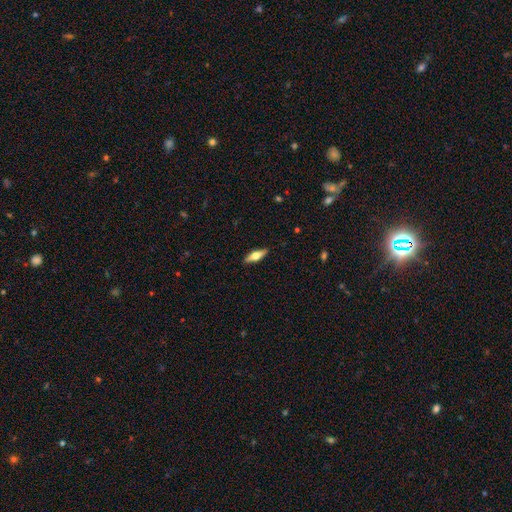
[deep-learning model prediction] This is possibly a featured or disk galaxy (48%). Merging: clearly none (89%).